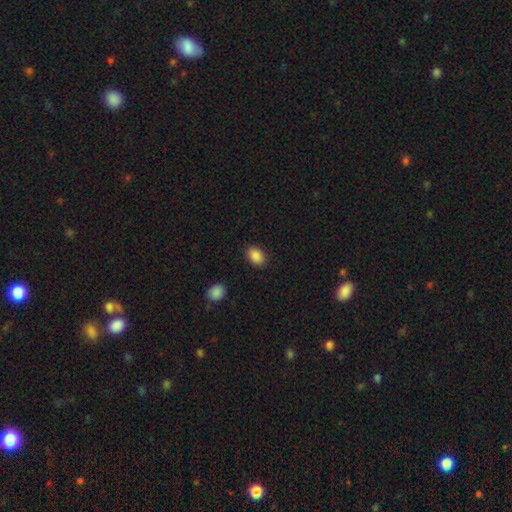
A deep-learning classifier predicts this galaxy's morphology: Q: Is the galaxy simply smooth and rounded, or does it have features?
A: smooth — 89%.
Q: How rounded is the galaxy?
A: in between — 80%.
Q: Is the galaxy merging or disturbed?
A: none — 88%.